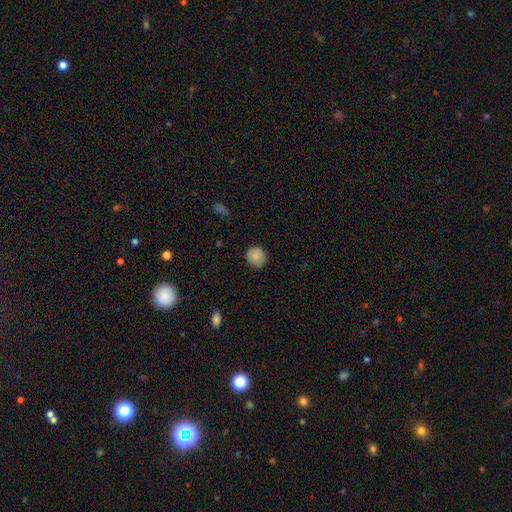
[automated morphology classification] A smooth galaxy with no disk features (84%) that is round (82%).

Vote fractions:
- Smooth or featured? smooth: 84% / featured or disk: 8% / star or artifact: 8%
- How rounded? round: 82% / in between: 17% / cigar-shaped: 1%
- Merging? none: 84% / minor disturbance: 13% / major disturbance: 2% / merger: 1%